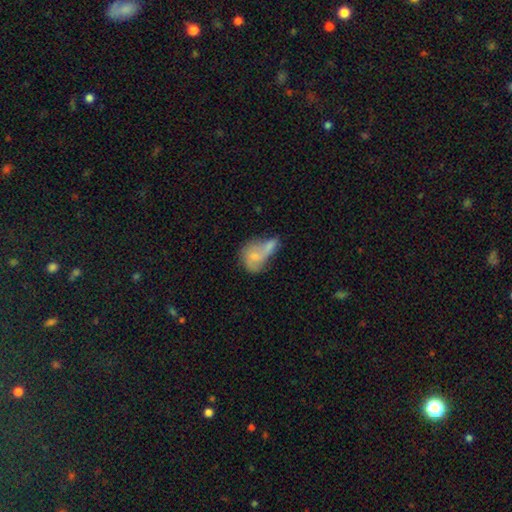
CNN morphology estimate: Smooth or featured? smooth (54%)
How rounded? in between (60%)
Merging? merger (60%)